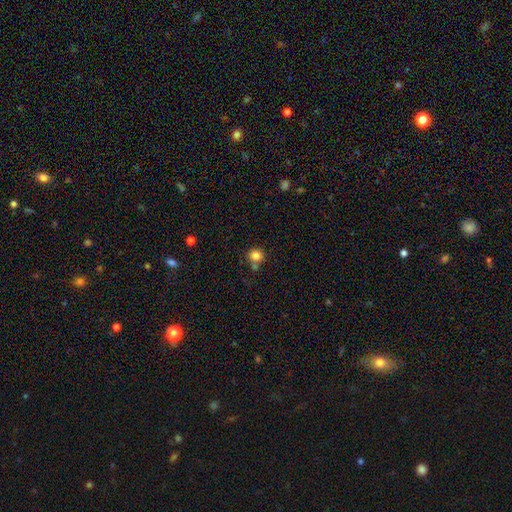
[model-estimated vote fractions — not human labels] Morphology: type=smooth (82%); roundness=round (89%); merging=none (71%).